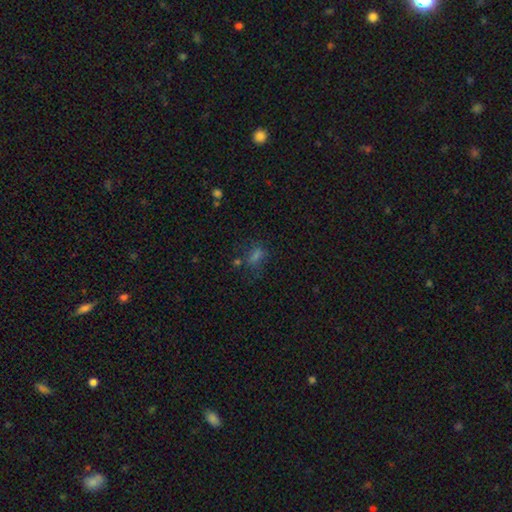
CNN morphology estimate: Q: Smooth or featured?
A: smooth (51%); runner-up: star or artifact (35%)
Q: How rounded?
A: in between (66%); runner-up: round (25%)
Q: Merging?
A: none (62%); runner-up: minor disturbance (19%)